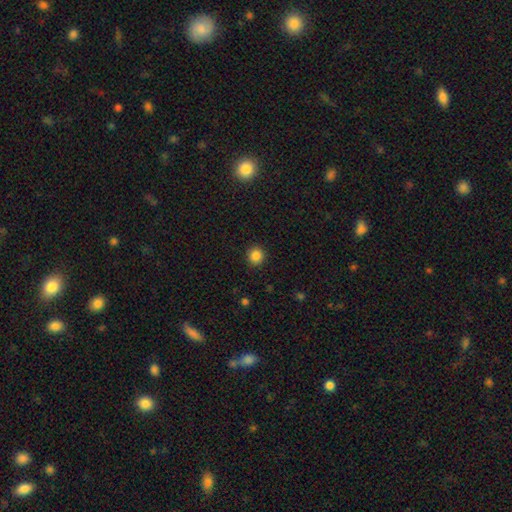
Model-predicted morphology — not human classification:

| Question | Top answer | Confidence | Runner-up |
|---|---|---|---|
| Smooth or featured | smooth | 86% | star or artifact (11%) |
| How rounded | round | 93% | in between (6%) |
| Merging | none | 91% | minor disturbance (6%) |